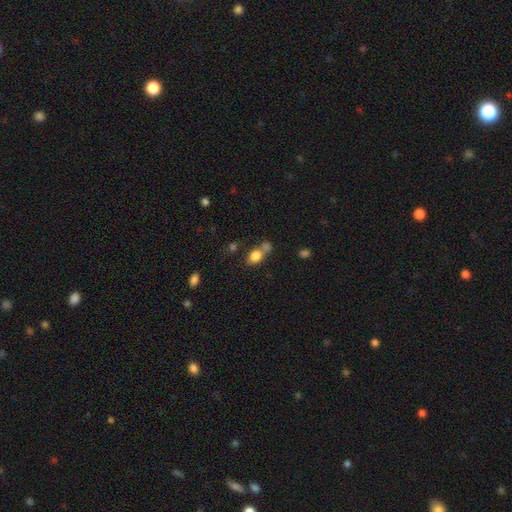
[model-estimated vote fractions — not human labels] Morphology: type=smooth (82%); roundness=in between (66%); merging=none (48%).